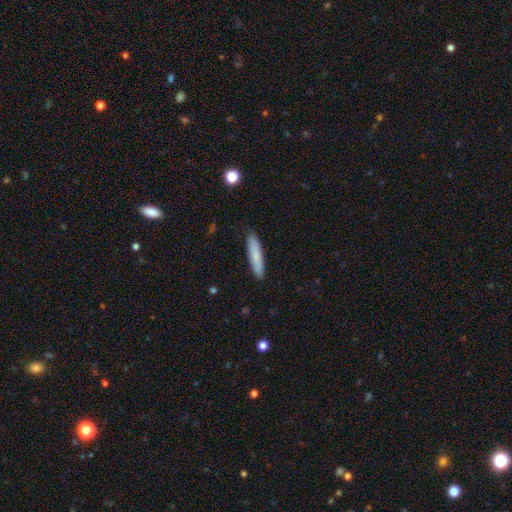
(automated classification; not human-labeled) A smooth galaxy with no disk features (80%) that is cigar-shaped (87%).

Vote fractions:
- Smooth or featured? smooth: 80% / featured or disk: 14% / star or artifact: 6%
- How rounded? cigar-shaped: 87% / in between: 12% / round: 1%
- Merging? none: 90% / minor disturbance: 8% / major disturbance: 1% / merger: 1%